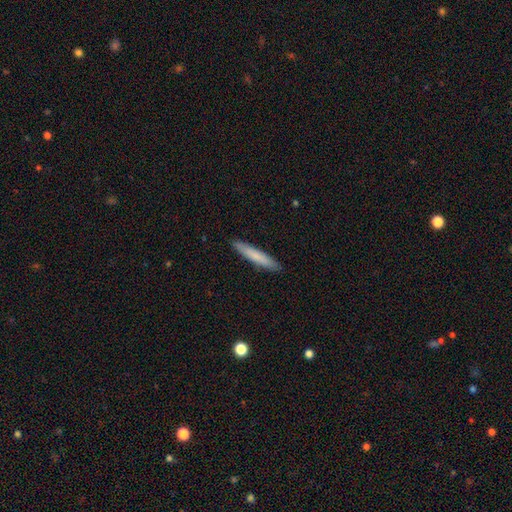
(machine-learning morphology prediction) This is likely a smooth galaxy (76%). How rounded: clearly cigar-shaped (93%). Merging: clearly none (91%).